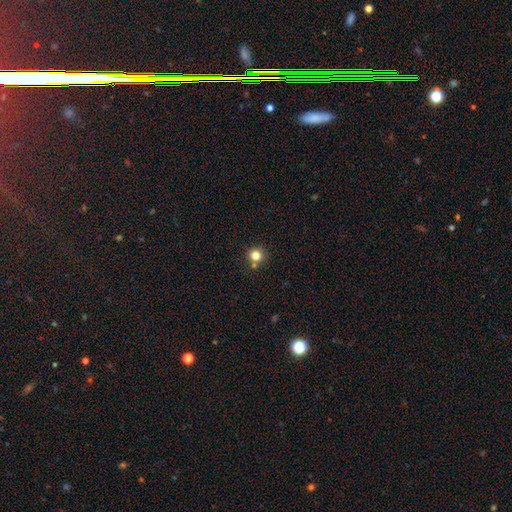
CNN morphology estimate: A smooth galaxy with no disk features (81%) that is round (92%). Merging: none (75%).